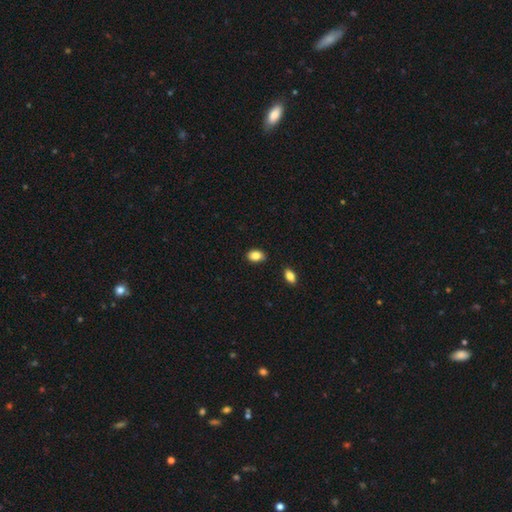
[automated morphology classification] smooth-or-featured: smooth: 84% | star or artifact: 8% | featured or disk: 7%
  how-rounded: in between: 82% | round: 17% | cigar-shaped: 1%
  merging: none: 86% | minor disturbance: 10% | merger: 2% | major disturbance: 2%